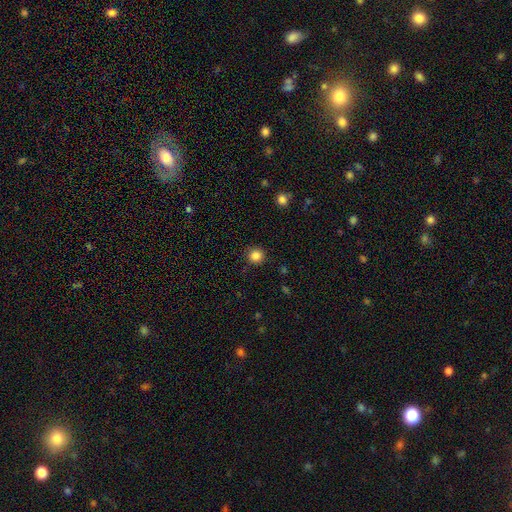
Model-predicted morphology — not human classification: Smooth or featured?
  - smooth: 85% *
  - star or artifact: 11%
  - featured or disk: 4%
How rounded?
  - round: 94% *
  - in between: 5%
  - cigar-shaped: 1%
Merging?
  - none: 91% *
  - minor disturbance: 6%
  - major disturbance: 2%
  - merger: 1%